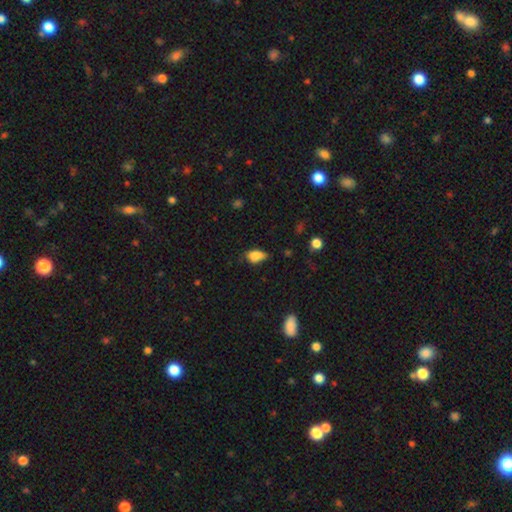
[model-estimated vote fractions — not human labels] smooth 82%, star or artifact 9%, featured or disk 9%. Down the decision tree: how rounded — in between (88%); merging — none (48%).